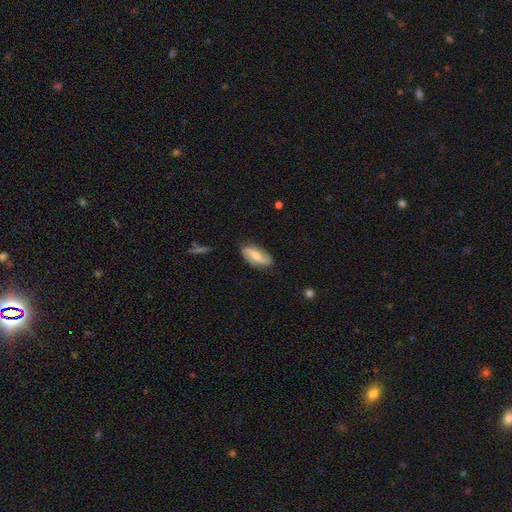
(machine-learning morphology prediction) This is likely a featured or disk galaxy (67%). It is clearly not viewed edge-on (93%). Bar: marginally weak (38%). Spiral arm pattern: clearly yes (93%). Spiral arm count: clearly 2 (90%). Spiral winding: possibly loose (52%). Central bulge: marginally moderate (44%). Merging: clearly none (81%).